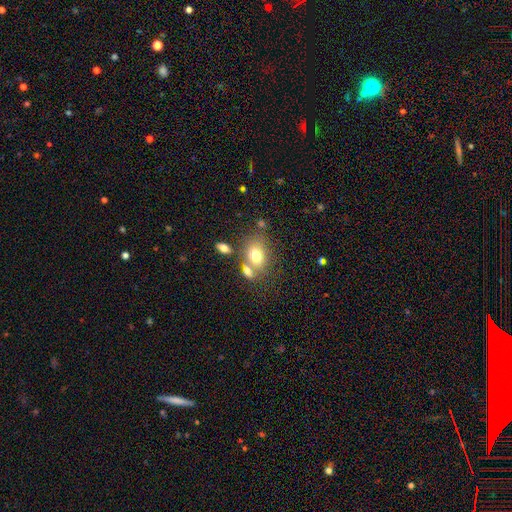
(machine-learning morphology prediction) Smooth or featured? smooth (75%)
How rounded? in between (70%)
Merging? none (55%)